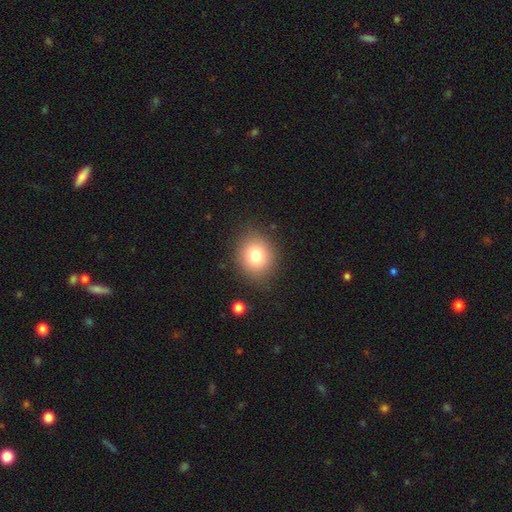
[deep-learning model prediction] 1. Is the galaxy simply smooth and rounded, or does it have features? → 79% smooth, 12% star or artifact, 10% featured or disk.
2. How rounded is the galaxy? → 78% round, 21% in between, 1% cigar-shaped.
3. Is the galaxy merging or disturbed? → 85% none, 9% minor disturbance, 3% major disturbance, 2% merger.